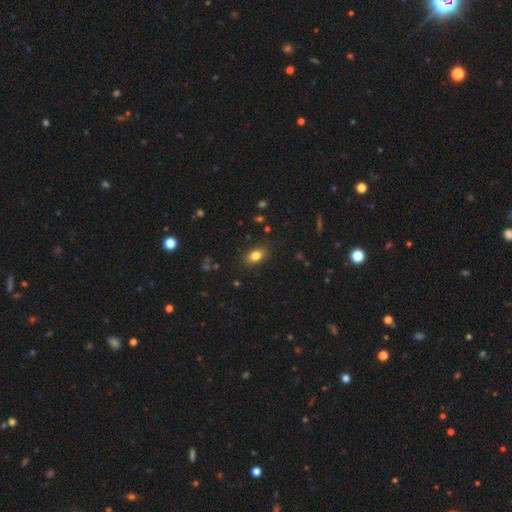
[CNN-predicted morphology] This appears to be a smooth galaxy with no disk features (82%) that is in between round and cigar-shaped (85%). Merging: none (85%).